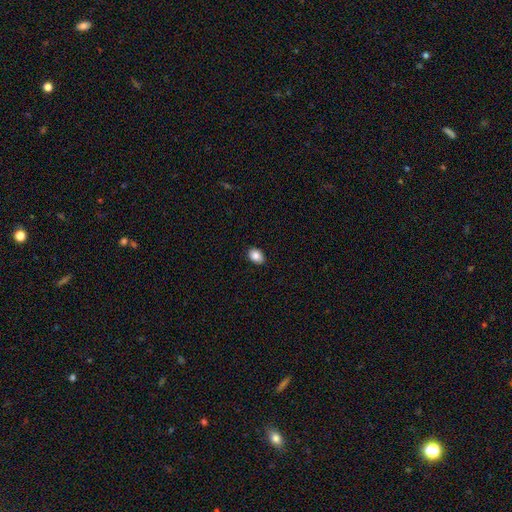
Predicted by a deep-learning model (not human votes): Morphology: type=smooth (87%); roundness=in between (73%); merging=none (88%).